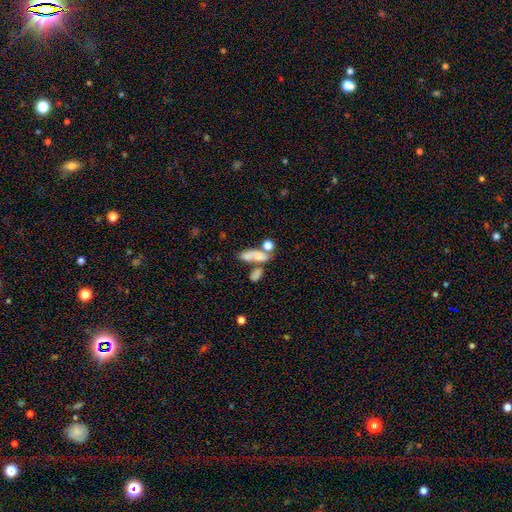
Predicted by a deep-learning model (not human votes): Overall: smooth (66%). How rounded: in between (66%). Merging: merger (49%; none 27%).